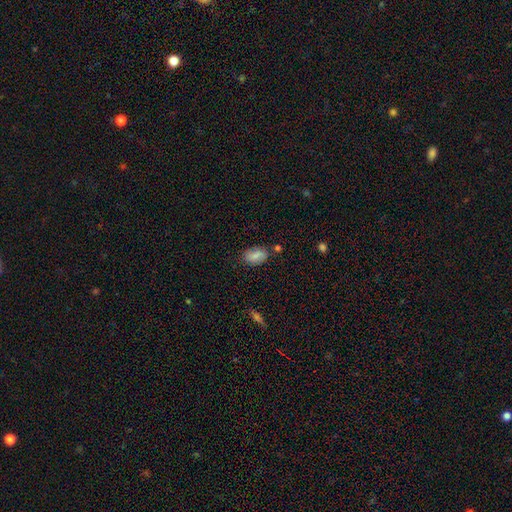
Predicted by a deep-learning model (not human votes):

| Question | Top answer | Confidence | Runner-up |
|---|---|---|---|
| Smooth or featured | smooth | 80% | featured or disk (12%) |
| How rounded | in between | 90% | round (7%) |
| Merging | none | 76% | minor disturbance (16%) |